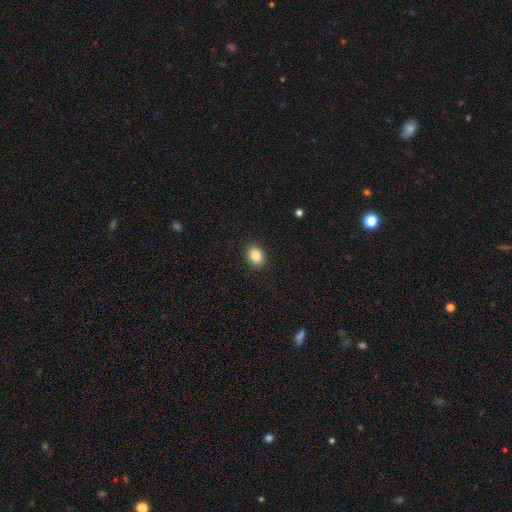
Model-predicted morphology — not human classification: A smooth galaxy with no disk features (86%) that is in between round and cigar-shaped (64%). Merging: none (90%).